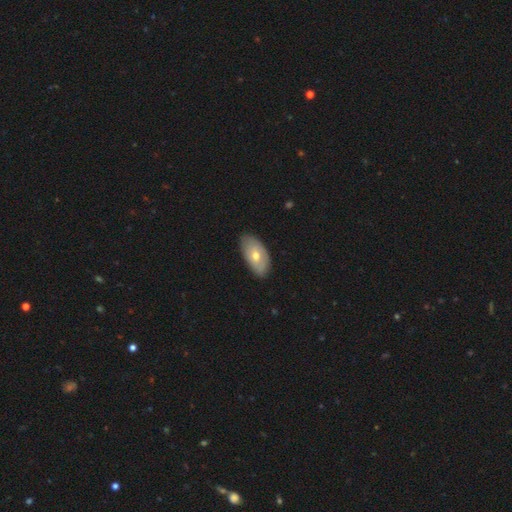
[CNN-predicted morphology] smooth 58%, featured or disk 36%, star or artifact 6%. Down the decision tree: how rounded — in between (93%); merging — none (82%).